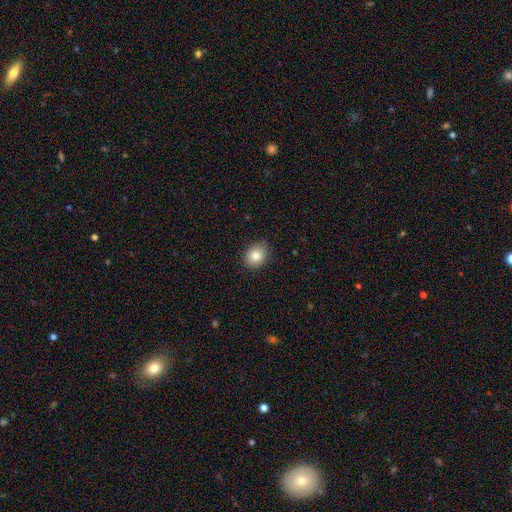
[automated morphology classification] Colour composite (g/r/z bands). It shows a smooth galaxy with no disk features (82%) that is round (58%). Merging: none (82%).